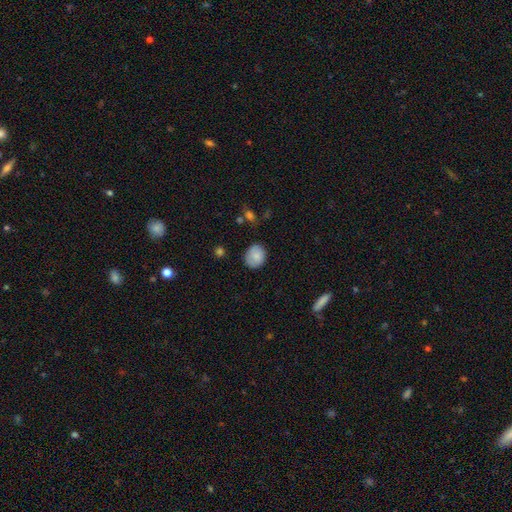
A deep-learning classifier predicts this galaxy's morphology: type=smooth (78%); roundness=round (63%); merging=none (75%).